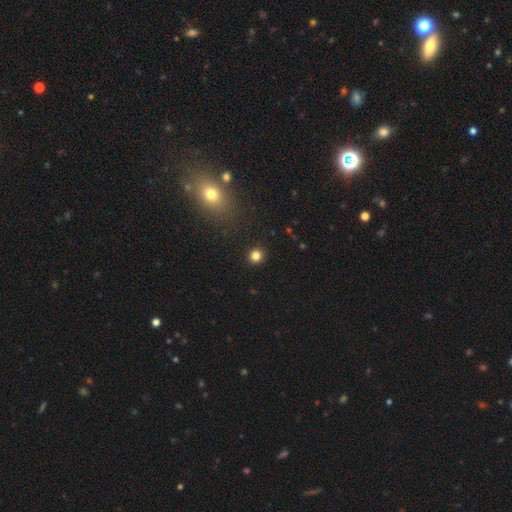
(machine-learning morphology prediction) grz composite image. It shows a smooth galaxy with no disk features (82%) that is round (89%). Merging: none (92%).